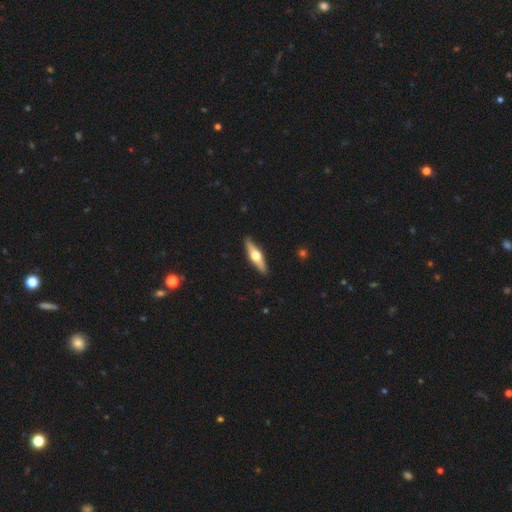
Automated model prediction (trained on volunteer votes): smooth-or-featured: featured or disk: 63% | smooth: 32% | star or artifact: 5%
  disk-edge-on: yes: 95% | no: 5%
    edge-on-bulge: rounded: 96% | boxy: 3% | none: 2%
  merging: none: 90% | minor disturbance: 7% | major disturbance: 1% | merger: 1%